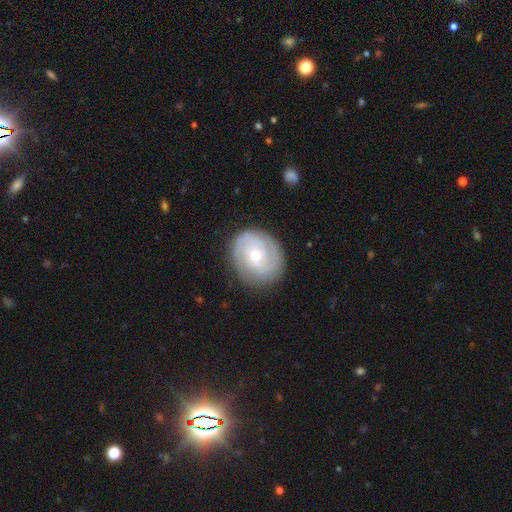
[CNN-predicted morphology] The model was most divided on "bulge size": small: 52%, moderate: 45%, large: 2%, none: 1%, dominant: 1%. Remaining: edge-on disk — no (98%); spiral arms — yes (93%); merging — none (84%); smooth or featured — featured or disk (78%); spiral winding — tight (70%); bar — no (64%); spiral arm count — 2 (41%).